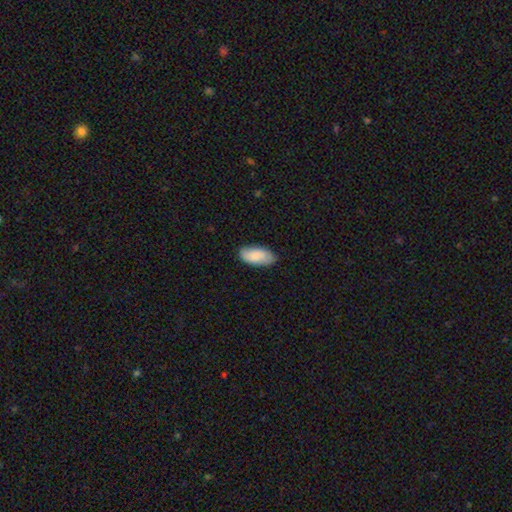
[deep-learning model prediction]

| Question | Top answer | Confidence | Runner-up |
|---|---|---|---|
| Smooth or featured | smooth | 84% | featured or disk (10%) |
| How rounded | in between | 93% | cigar-shaped (5%) |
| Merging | none | 79% | minor disturbance (17%) |